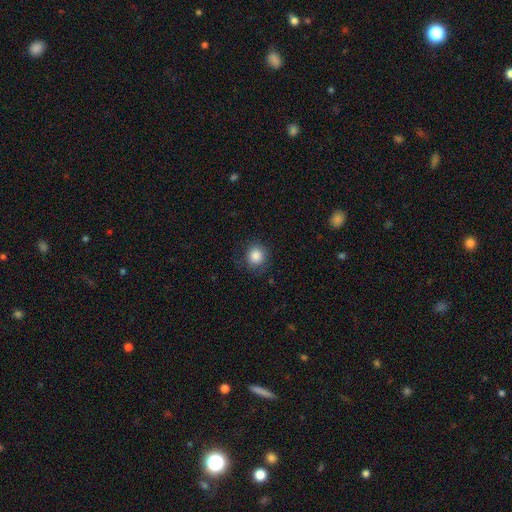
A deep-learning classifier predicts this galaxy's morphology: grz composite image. It shows a smooth galaxy with no disk features (86%) that is round (90%). Merging: none (82%).